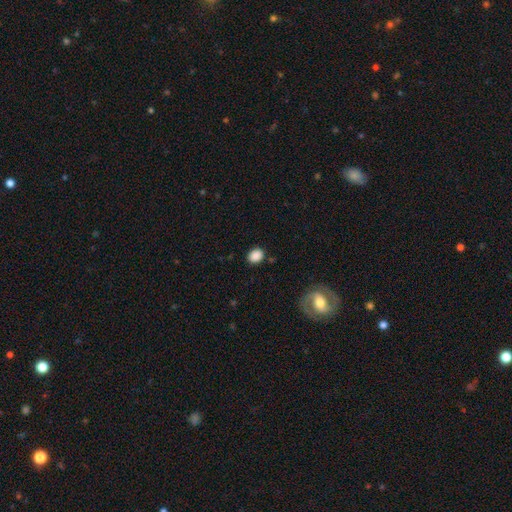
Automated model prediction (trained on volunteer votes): Overall: smooth (87%). How rounded: in between (56%; round 42%). Merging: none (83%).